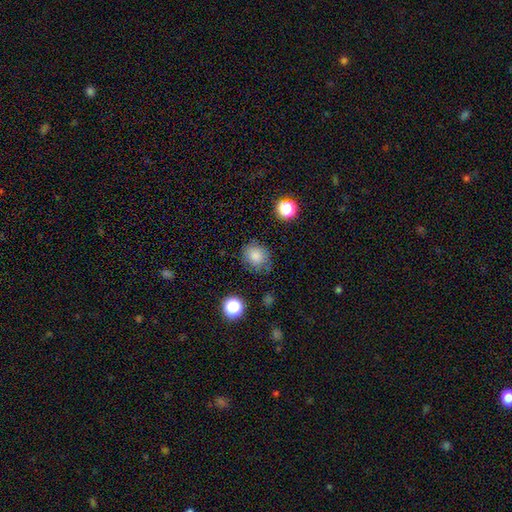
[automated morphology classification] Smooth or featured? smooth (82%)
How rounded? round (69%)
Merging? none (74%)